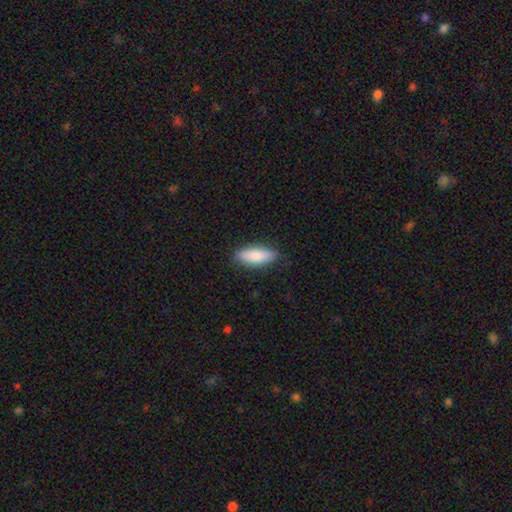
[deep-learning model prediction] Smooth or featured? Predicted: smooth (p=0.82). How rounded? Predicted: in between (p=0.61). Merging? Predicted: none (p=0.86).